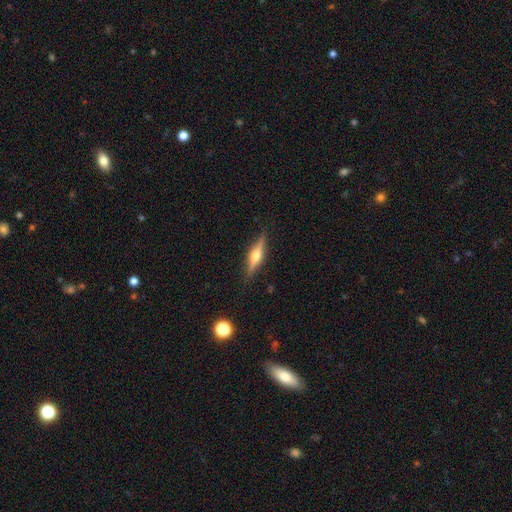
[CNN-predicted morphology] type=featured or disk (66%); edge-on=yes (96%); edge-on bulge=rounded (93%); merging=none (87%).